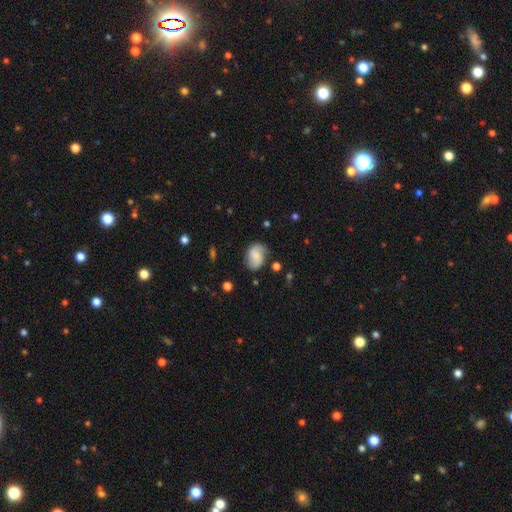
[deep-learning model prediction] Q: Smooth or featured?
A: smooth (50%); runner-up: featured or disk (42%)
Q: Merging?
A: none (69%); runner-up: minor disturbance (21%)